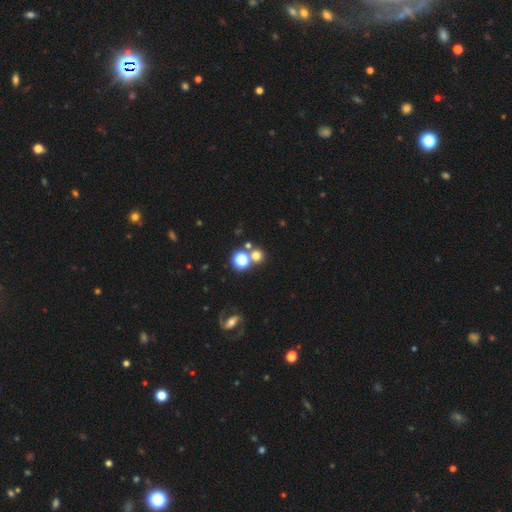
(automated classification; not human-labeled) Smooth or featured?
  - smooth: 67% *
  - star or artifact: 23%
  - featured or disk: 10%
How rounded?
  - round: 89% *
  - in between: 9%
  - cigar-shaped: 1%
Merging?
  - none: 67% *
  - merger: 23%
  - minor disturbance: 7%
  - major disturbance: 4%